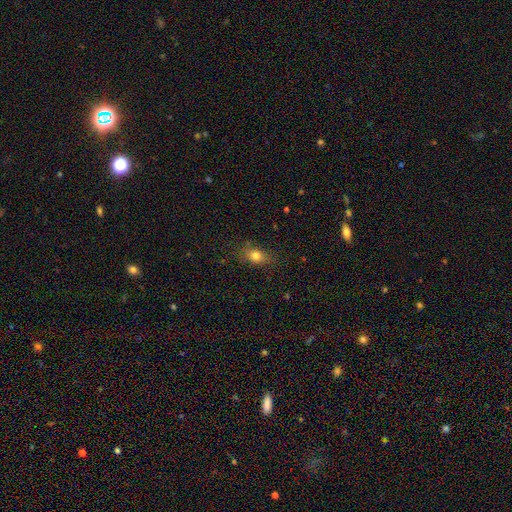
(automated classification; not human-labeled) smooth 78%, star or artifact 11%, featured or disk 11%. Down the decision tree: how rounded — in between (70%); merging — none (79%).